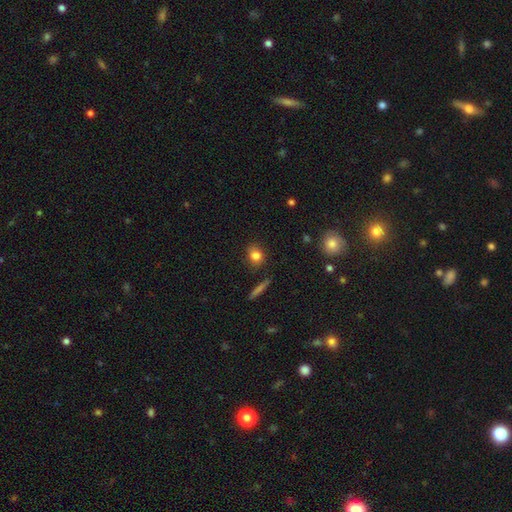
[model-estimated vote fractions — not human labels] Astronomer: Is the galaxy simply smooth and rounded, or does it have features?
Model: smooth — 81%.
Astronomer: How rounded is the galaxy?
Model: round — 58% (runner-up: in between, 38%).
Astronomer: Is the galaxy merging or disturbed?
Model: none — 81%.